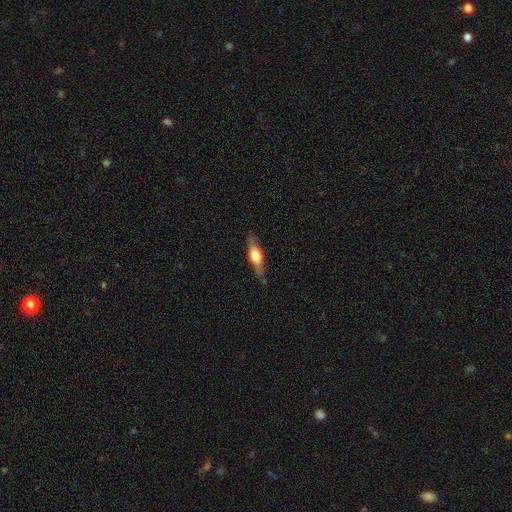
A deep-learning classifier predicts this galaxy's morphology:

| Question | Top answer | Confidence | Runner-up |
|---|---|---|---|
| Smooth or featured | featured or disk | 52% | smooth (42%) |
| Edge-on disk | yes | 91% | no (9%) |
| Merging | none | 80% | minor disturbance (15%) |